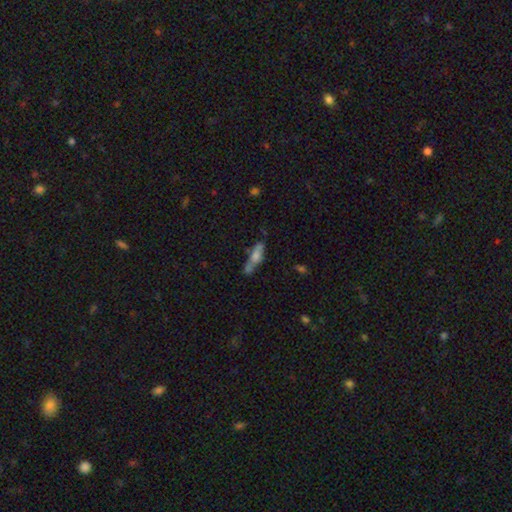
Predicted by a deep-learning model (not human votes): Overall: smooth (50%; featured or disk 40%). How rounded: cigar-shaped (66%; in between 31%). Merging: none (53%; minor disturbance 24%).